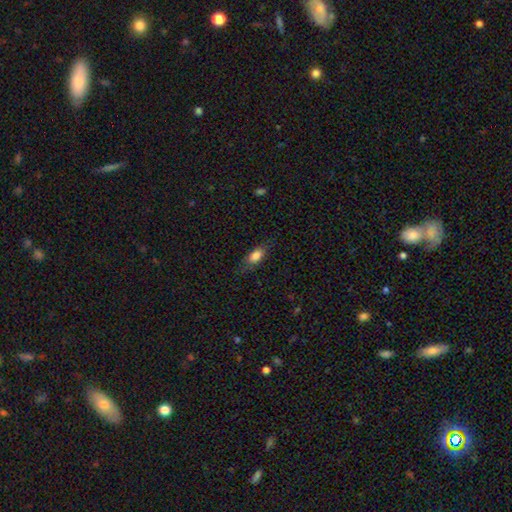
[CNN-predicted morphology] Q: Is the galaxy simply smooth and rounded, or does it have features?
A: smooth — 76%.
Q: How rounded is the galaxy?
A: in between — 76%.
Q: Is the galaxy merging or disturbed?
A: none — 74%.